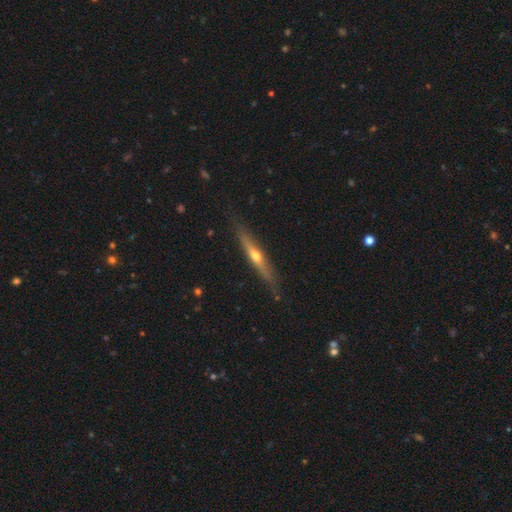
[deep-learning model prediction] A featured or disk galaxy (67%) viewed edge-on (95%) with a rounded central bulge (87%). Merging: none (84%).